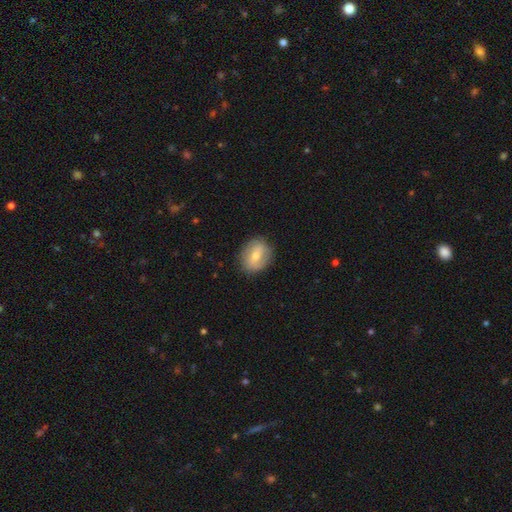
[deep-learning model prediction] Smooth or featured? Predicted: smooth (p=0.54). How rounded? Predicted: round (p=0.55). Merging? Predicted: none (p=0.82).